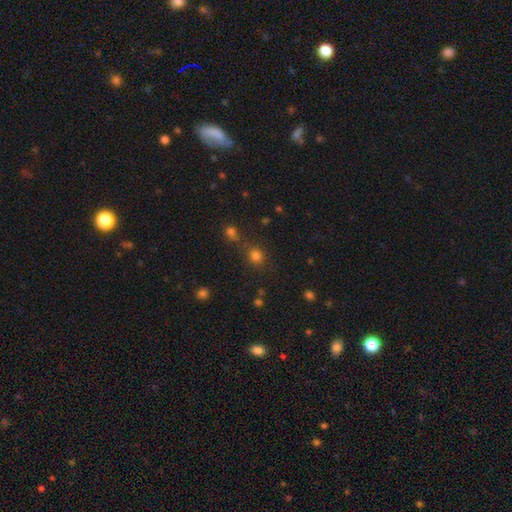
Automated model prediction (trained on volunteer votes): Smooth or featured?
  - smooth: 76% *
  - star or artifact: 18%
  - featured or disk: 6%
How rounded?
  - round: 81% *
  - in between: 18%
  - cigar-shaped: 1%
Merging?
  - none: 68% *
  - merger: 16%
  - minor disturbance: 11%
  - major disturbance: 5%